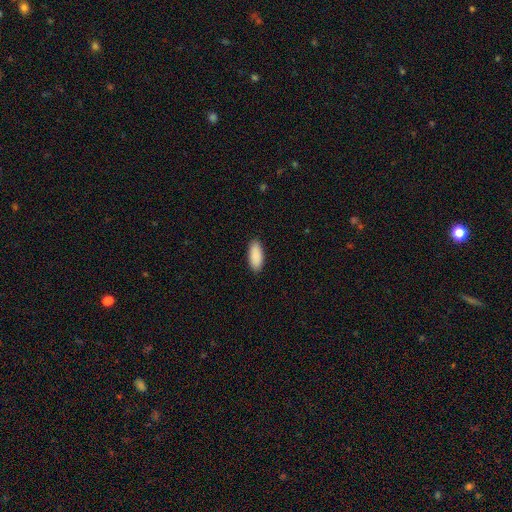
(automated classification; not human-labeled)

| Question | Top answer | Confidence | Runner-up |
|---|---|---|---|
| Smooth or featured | smooth | 91% | star or artifact (6%) |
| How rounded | in between | 82% | cigar-shaped (16%) |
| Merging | none | 90% | minor disturbance (7%) |